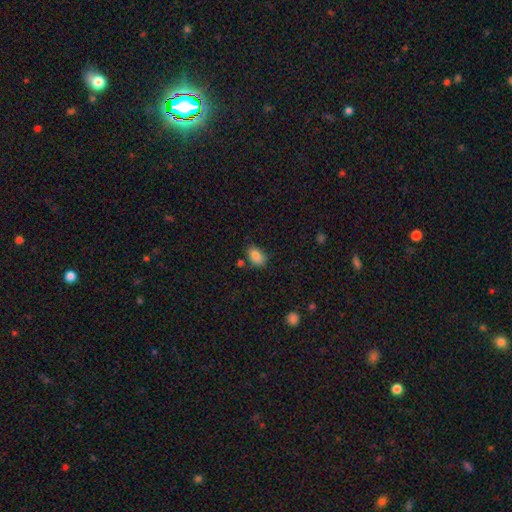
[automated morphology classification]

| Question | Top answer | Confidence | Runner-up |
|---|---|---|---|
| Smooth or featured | smooth | 84% | star or artifact (9%) |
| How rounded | in between | 86% | round (13%) |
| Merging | none | 73% | minor disturbance (17%) |